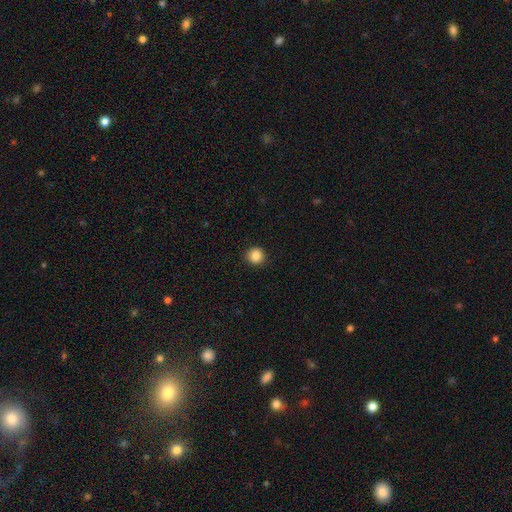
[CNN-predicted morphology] A smooth galaxy with no disk features (87%) that is round (93%).

Vote fractions:
- Smooth or featured? smooth: 87% / star or artifact: 10% / featured or disk: 3%
- How rounded? round: 93% / in between: 6% / cigar-shaped: 1%
- Merging? none: 92% / minor disturbance: 6% / major disturbance: 2% / merger: 1%